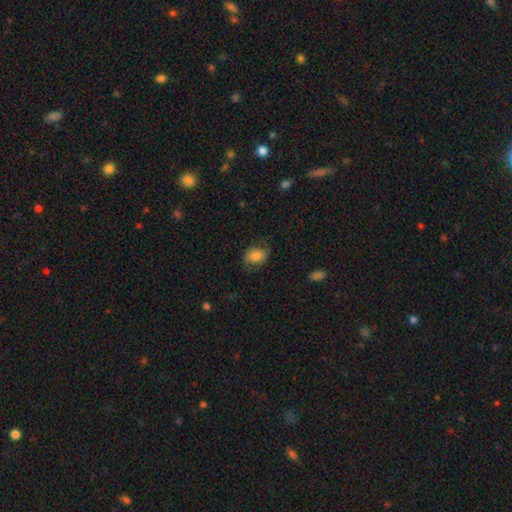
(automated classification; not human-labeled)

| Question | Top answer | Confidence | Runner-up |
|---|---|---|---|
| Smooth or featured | smooth | 75% | featured or disk (17%) |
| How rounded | in between | 71% | round (28%) |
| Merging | none | 67% | minor disturbance (22%) |